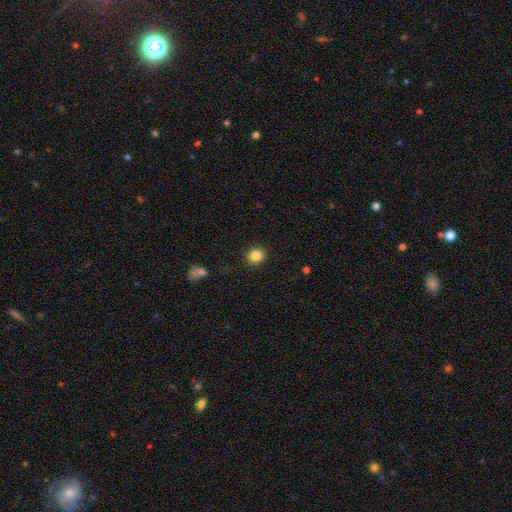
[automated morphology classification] smooth-or-featured: smooth: 85% | star or artifact: 10% | featured or disk: 5%
  how-rounded: round: 85% | in between: 14% | cigar-shaped: 1%
  merging: none: 92% | minor disturbance: 5% | major disturbance: 2% | merger: 1%